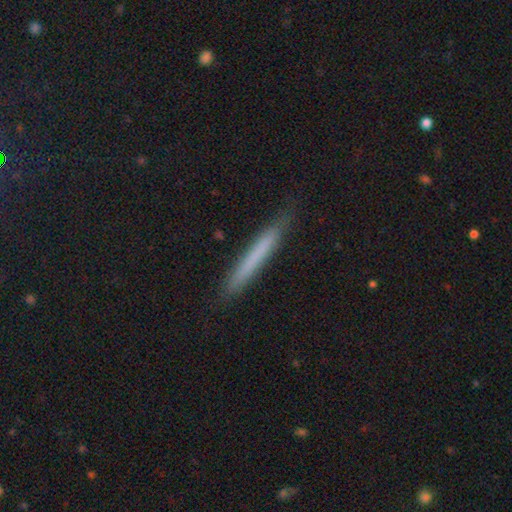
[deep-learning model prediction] A smooth galaxy with no disk features (64%) that is cigar-shaped (97%).

Vote fractions:
- Smooth or featured? smooth: 64% / featured or disk: 28% / star or artifact: 7%
- How rounded? cigar-shaped: 97% / in between: 2% / round: 1%
- Merging? none: 86% / minor disturbance: 11% / major disturbance: 2% / merger: 1%